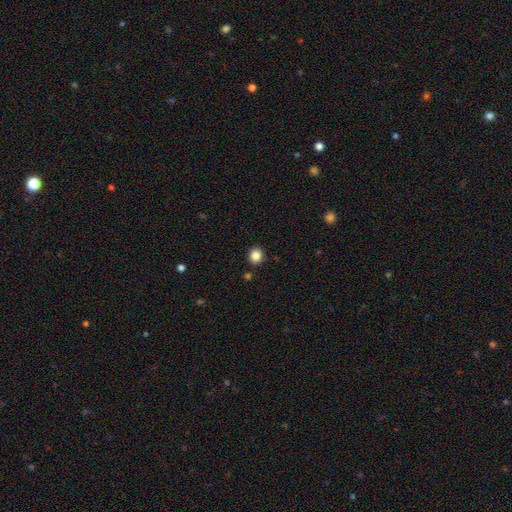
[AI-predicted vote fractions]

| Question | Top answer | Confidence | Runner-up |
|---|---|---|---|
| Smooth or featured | smooth | 85% | star or artifact (11%) |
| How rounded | round | 82% | in between (17%) |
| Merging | none | 89% | minor disturbance (6%) |